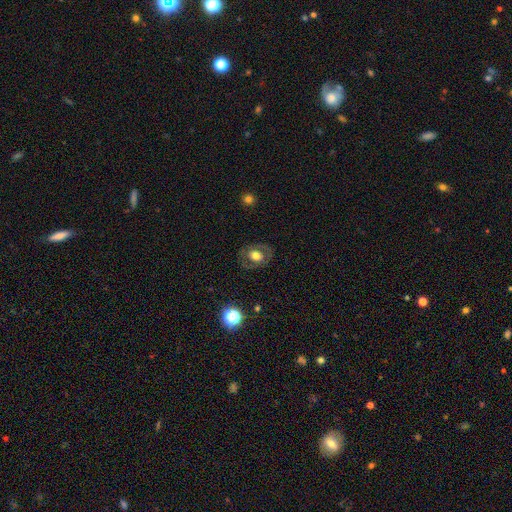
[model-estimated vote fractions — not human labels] Smooth or featured? Predicted: smooth (p=0.49). Merging? Predicted: none (p=0.79).